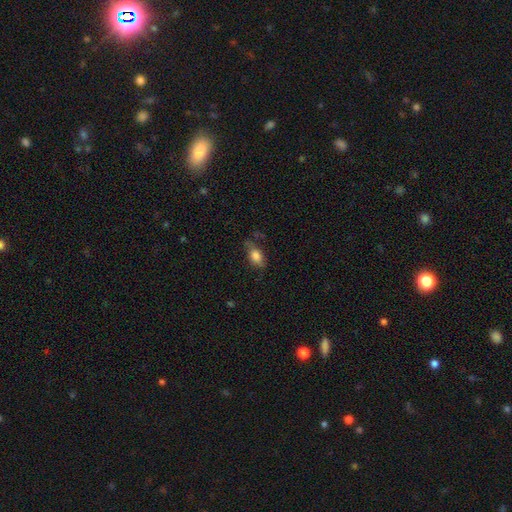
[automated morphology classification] smooth 80%, featured or disk 11%, star or artifact 9%. Down the decision tree: how rounded — in between (83%); merging — none (58%).